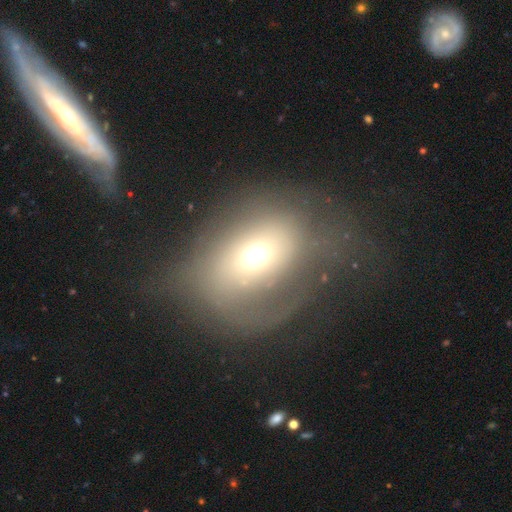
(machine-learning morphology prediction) Overall: smooth (50%; featured or disk 37%). How rounded: in between (52%; round 46%). Merging: none (38%; major disturbance 36%).